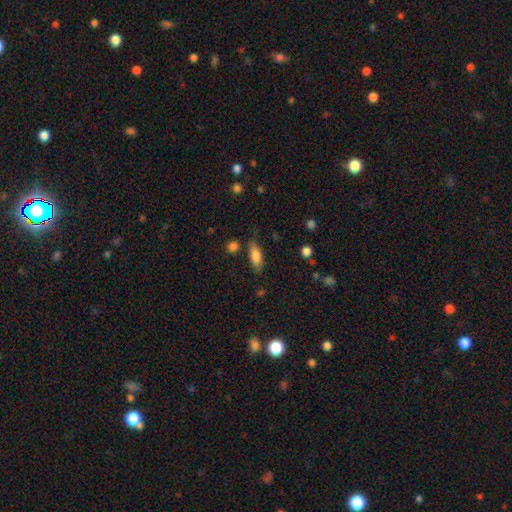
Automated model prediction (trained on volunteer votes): Smooth or featured?
  - smooth: 81% *
  - featured or disk: 12%
  - star or artifact: 7%
How rounded?
  - in between: 74% *
  - cigar-shaped: 24%
  - round: 3%
Merging?
  - none: 73% *
  - minor disturbance: 18%
  - major disturbance: 5%
  - merger: 4%